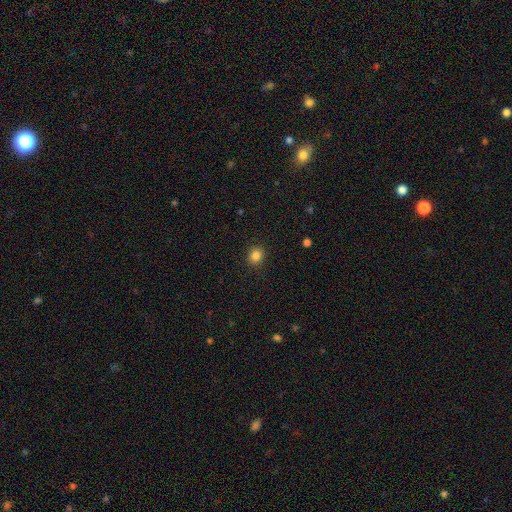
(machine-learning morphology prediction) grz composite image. It shows a smooth galaxy with no disk features (84%) that is round (77%). Merging: none (90%).